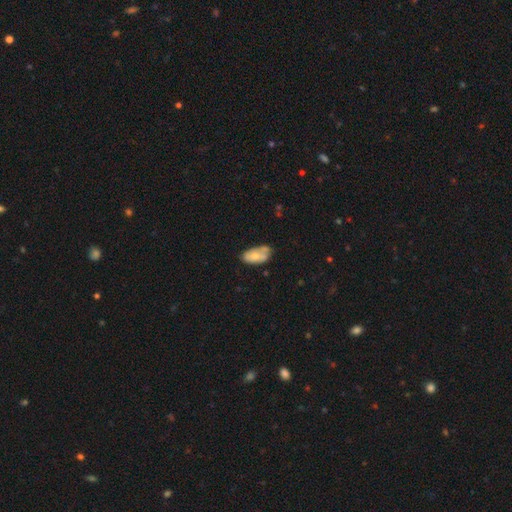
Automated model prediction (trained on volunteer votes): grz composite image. It shows a smooth galaxy with no disk features (63%) that is in between round and cigar-shaped (92%). Merging: none (42%).